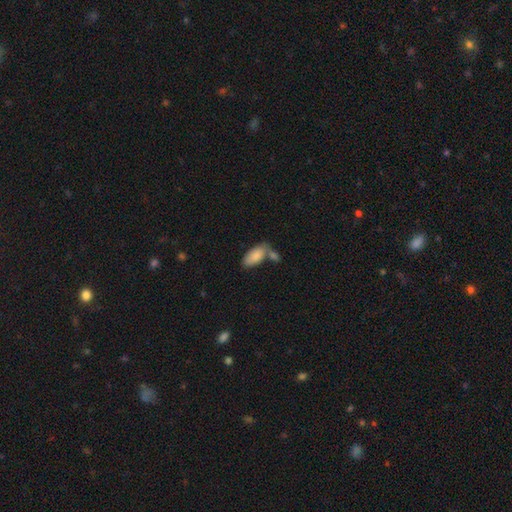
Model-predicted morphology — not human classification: Smooth or featured?
  - smooth: 86% *
  - featured or disk: 8%
  - star or artifact: 6%
How rounded?
  - in between: 91% *
  - cigar-shaped: 7%
  - round: 2%
Merging?
  - none: 48% *
  - merger: 33%
  - minor disturbance: 14%
  - major disturbance: 5%